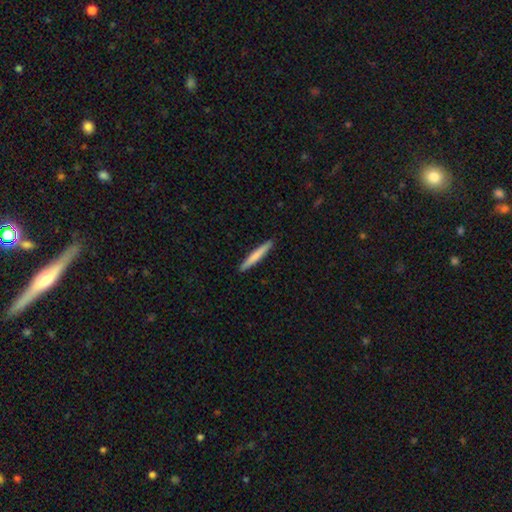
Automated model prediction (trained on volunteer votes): Smooth or featured: smooth — 71% (featured or disk — 24%)
How rounded: cigar-shaped — 96% (in between — 3%)
Merging: none — 92% (minor disturbance — 6%)